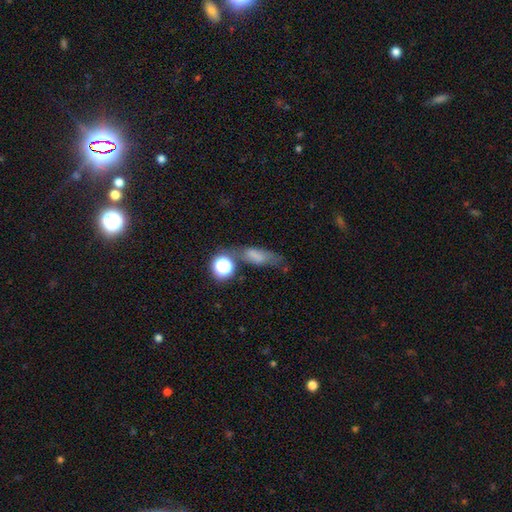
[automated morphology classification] smooth-or-featured: smooth: 65% | star or artifact: 18% | featured or disk: 17%
  how-rounded: in between: 53% | cigar-shaped: 30% | round: 17%
  merging: none: 49% | minor disturbance: 23% | merger: 15% | major disturbance: 13%